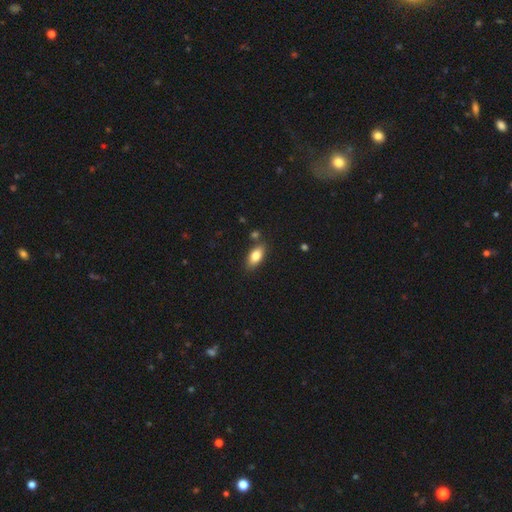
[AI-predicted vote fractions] This appears to be a smooth galaxy with no disk features (81%) that is in between round and cigar-shaped (88%). Merging: none (80%).